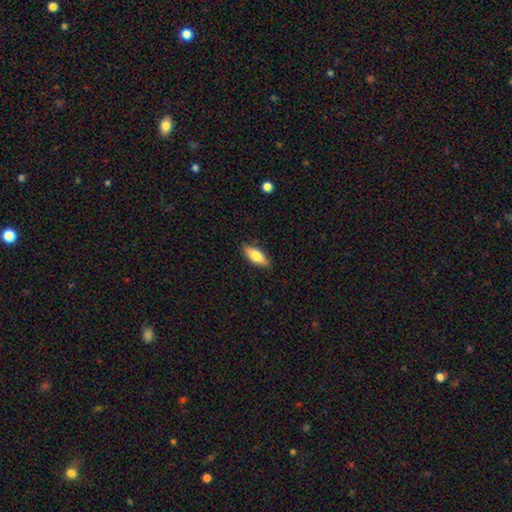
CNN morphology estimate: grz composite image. It shows a smooth galaxy with no disk features (73%) that is in between round and cigar-shaped (75%). Merging: none (88%).